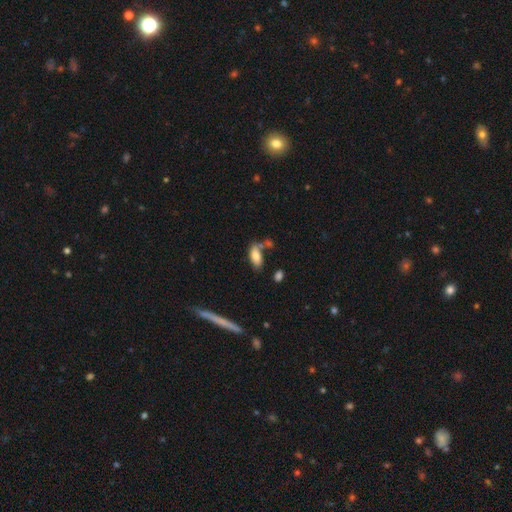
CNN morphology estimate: A smooth galaxy with no disk features (78%) that is in between round and cigar-shaped (86%).

Vote fractions:
- Smooth or featured? smooth: 78% / featured or disk: 14% / star or artifact: 8%
- How rounded? in between: 86% / cigar-shaped: 11% / round: 3%
- Merging? none: 55% / merger: 20% / minor disturbance: 19% / major disturbance: 7%